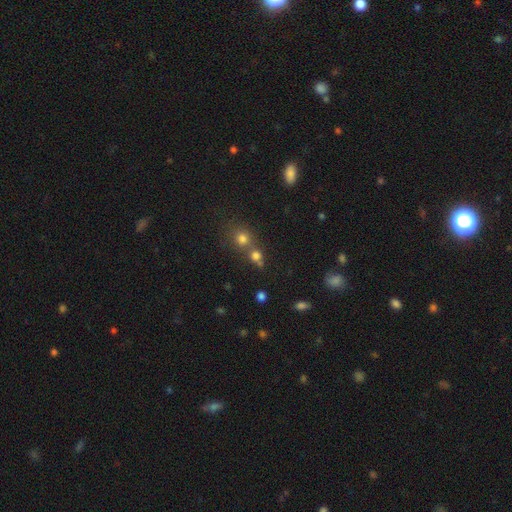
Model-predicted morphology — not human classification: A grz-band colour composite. It shows a smooth galaxy with no disk features (72%) that is round (82%). Merging: none (46%).